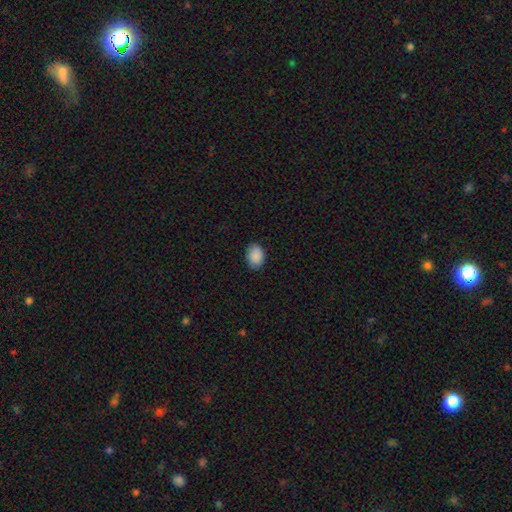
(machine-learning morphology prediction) This appears to be a smooth galaxy with no disk features (90%) that is in between round and cigar-shaped (76%). Merging: none (84%).